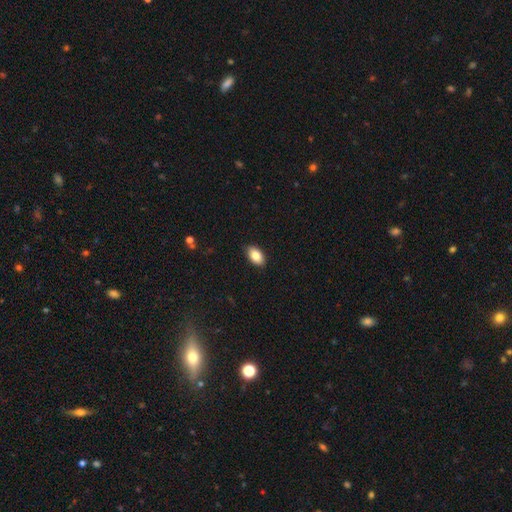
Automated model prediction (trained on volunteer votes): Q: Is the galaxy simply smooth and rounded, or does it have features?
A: smooth — 85%.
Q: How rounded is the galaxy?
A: in between — 92%.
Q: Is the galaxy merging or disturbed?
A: none — 87%.